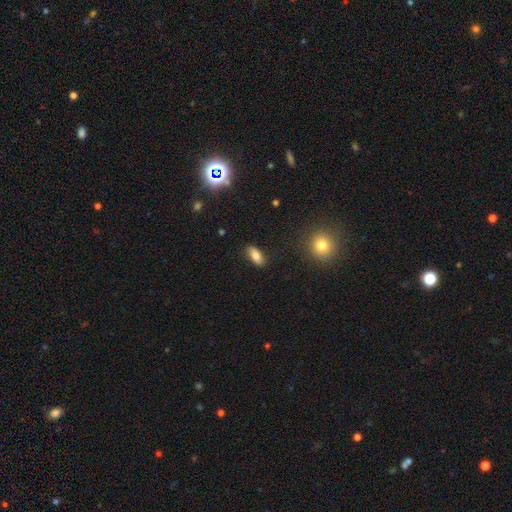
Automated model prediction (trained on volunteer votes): Morphology: type=smooth (80%); roundness=in between (85%); merging=none (83%).